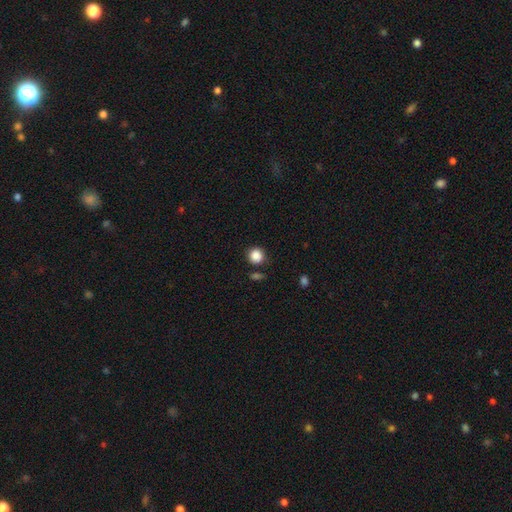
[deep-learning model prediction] The model was most divided on "merging": none: 83%, minor disturbance: 10%, merger: 4%, major disturbance: 3%. More confident: how rounded — round (91%); smooth or featured — smooth (87%).